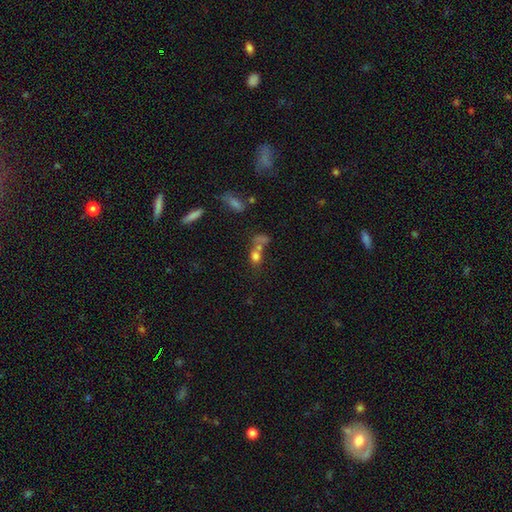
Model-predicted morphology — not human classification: Smooth or featured: smooth — 57% (star or artifact — 25%)
How rounded: round — 56% (in between — 38%)
Merging: merger — 44% (none — 38%)